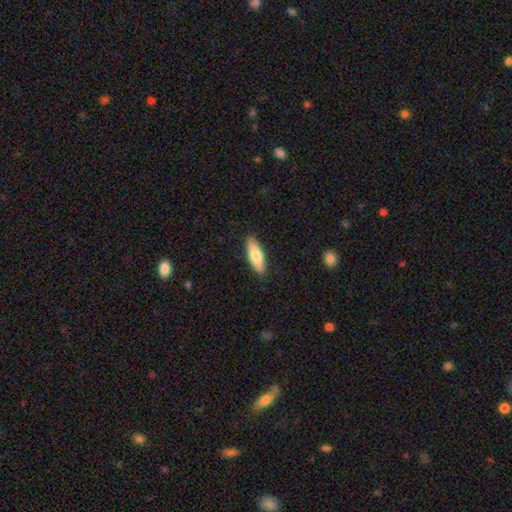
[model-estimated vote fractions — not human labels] Overall: smooth (72%). How rounded: in between (52%; cigar-shaped 46%). Merging: none (89%).